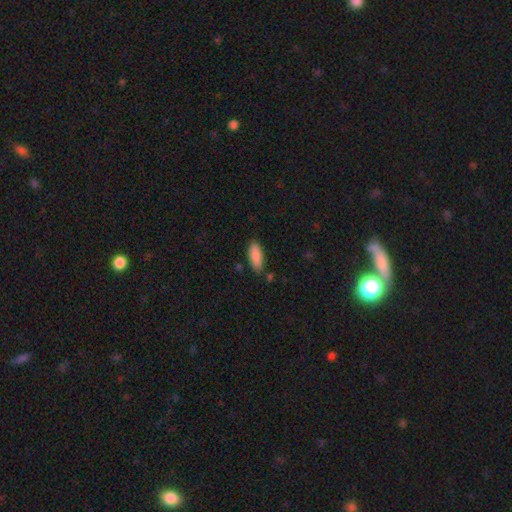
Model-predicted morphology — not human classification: Overall: smooth (89%). How rounded: in between (74%). Merging: none (79%).